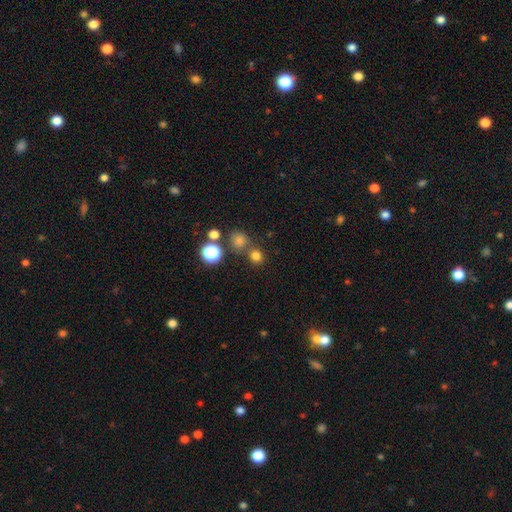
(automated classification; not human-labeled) Smooth or featured? Predicted: smooth (p=0.74). How rounded? Predicted: round (p=0.87). Merging? Predicted: none (p=0.68).